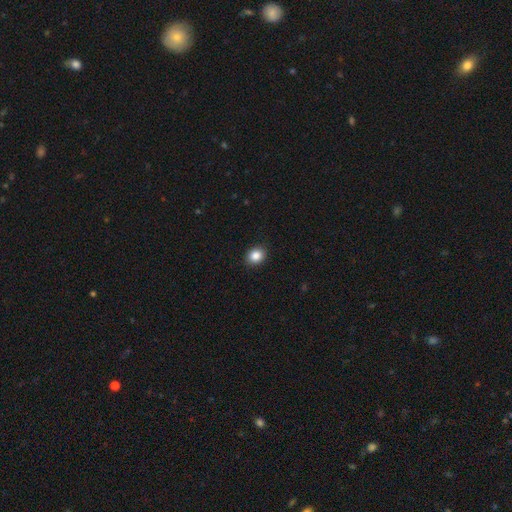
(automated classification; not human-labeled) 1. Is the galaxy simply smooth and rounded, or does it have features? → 86% smooth, 9% star or artifact, 4% featured or disk.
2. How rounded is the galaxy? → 61% round, 38% in between, 1% cigar-shaped.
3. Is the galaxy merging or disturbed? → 91% none, 6% minor disturbance, 2% major disturbance, 1% merger.